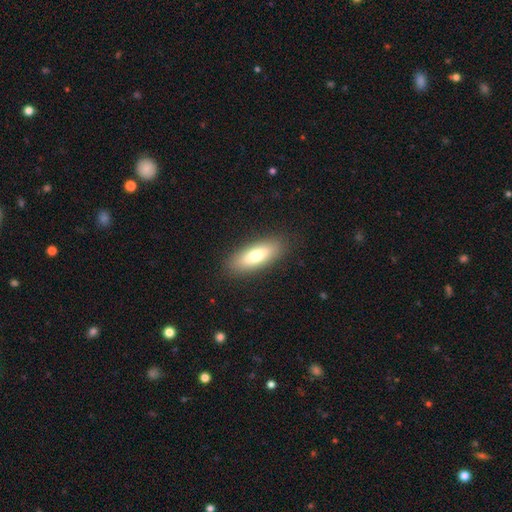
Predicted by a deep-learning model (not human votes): Overall: smooth (73%). How rounded: in between (64%; cigar-shaped 34%). Merging: none (88%).